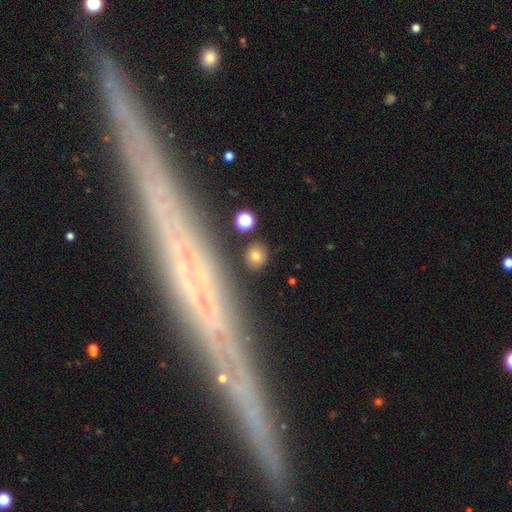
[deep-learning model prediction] smooth_or_featured: smooth (p=0.77) [alt: star or artifact p=0.12]
how_rounded: round (p=0.80) [alt: in between p=0.19]
merging: none (p=0.87) [alt: minor disturbance p=0.07]